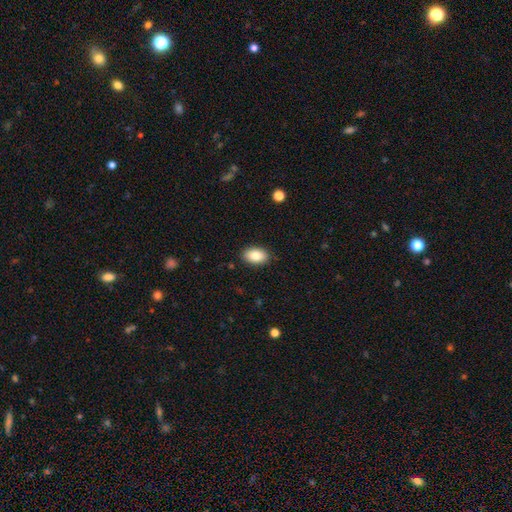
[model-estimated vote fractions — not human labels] smooth-or-featured: smooth: 85% | featured or disk: 7% | star or artifact: 7%
  how-rounded: in between: 91% | round: 8% | cigar-shaped: 1%
  merging: none: 87% | minor disturbance: 9% | major disturbance: 2% | merger: 1%